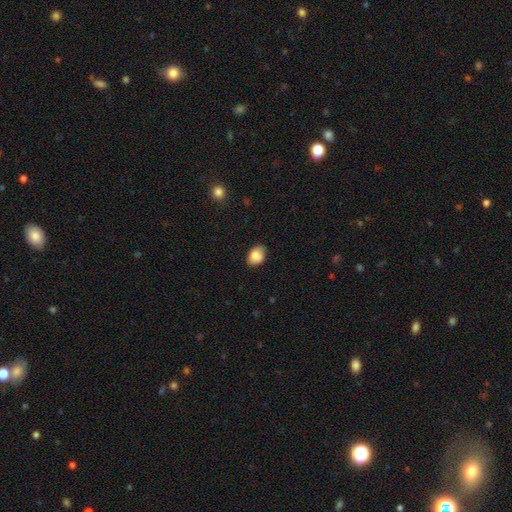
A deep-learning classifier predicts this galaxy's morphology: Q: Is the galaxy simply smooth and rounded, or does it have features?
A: smooth — 84%.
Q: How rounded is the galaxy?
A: in between — 78%.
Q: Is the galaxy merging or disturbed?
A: none — 78%.